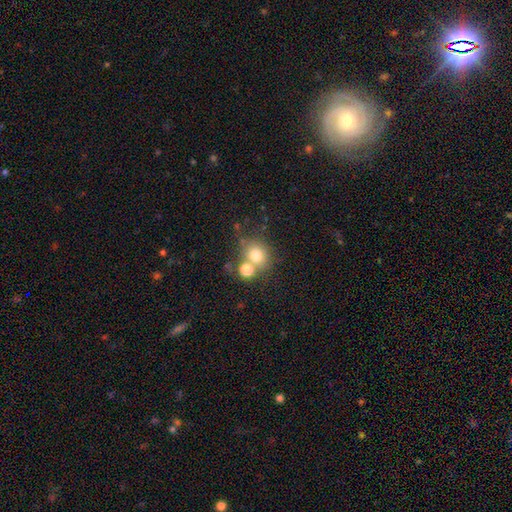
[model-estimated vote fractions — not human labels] Smooth or featured? Predicted: smooth (p=0.74). How rounded? Predicted: round (p=0.78). Merging? Predicted: none (p=0.48).